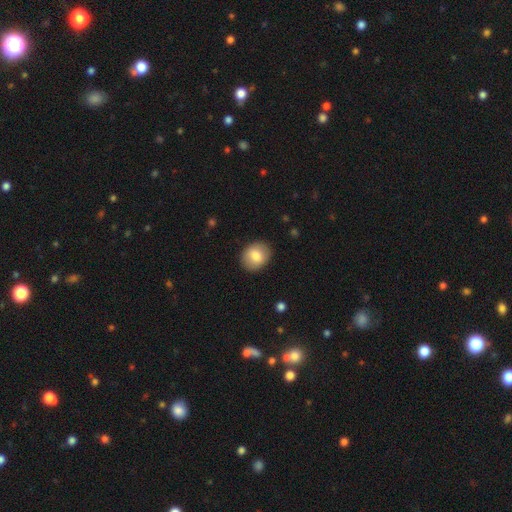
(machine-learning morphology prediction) This is likely a smooth galaxy (80%). How rounded: possibly round (58%). Merging: clearly none (88%).